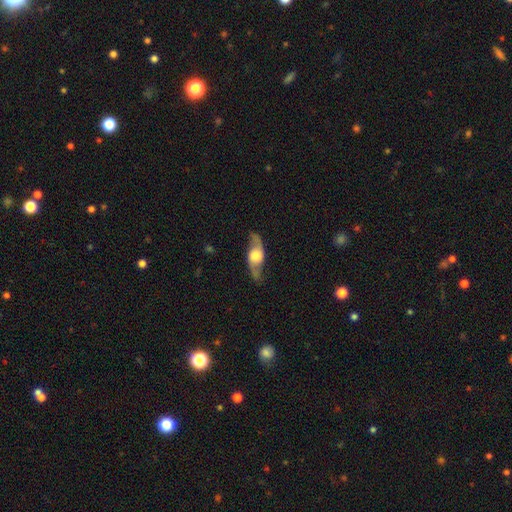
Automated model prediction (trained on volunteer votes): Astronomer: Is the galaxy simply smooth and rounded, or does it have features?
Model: featured or disk — 74%.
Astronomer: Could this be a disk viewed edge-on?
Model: no — 73%.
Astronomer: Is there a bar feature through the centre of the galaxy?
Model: no — 61%.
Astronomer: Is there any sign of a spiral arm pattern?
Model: yes — 87%.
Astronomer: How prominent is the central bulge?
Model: large — 46% (runner-up: moderate, 30%).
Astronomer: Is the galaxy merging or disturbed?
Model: none — 77%.